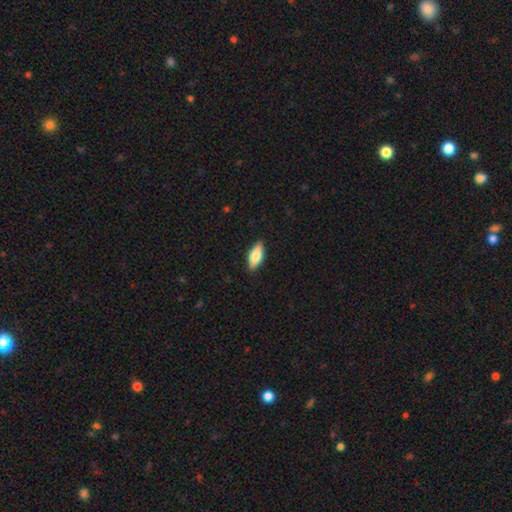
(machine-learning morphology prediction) A smooth galaxy with no disk features (70%) that is in between round and cigar-shaped (76%).

Vote fractions:
- Smooth or featured? smooth: 70% / featured or disk: 24% / star or artifact: 6%
- How rounded? in between: 76% / cigar-shaped: 21% / round: 3%
- Merging? none: 89% / minor disturbance: 9% / major disturbance: 2% / merger: 1%